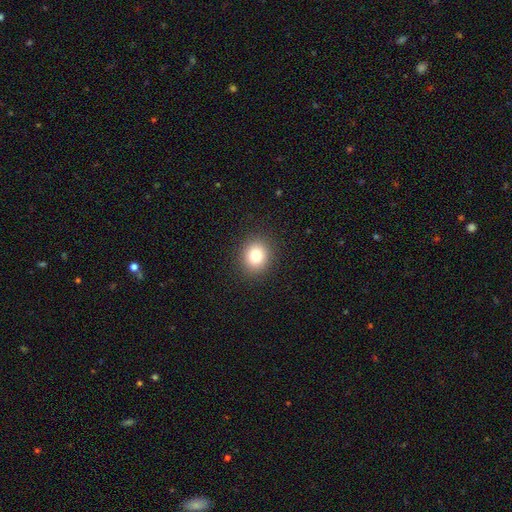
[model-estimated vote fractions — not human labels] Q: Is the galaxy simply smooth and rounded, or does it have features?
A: smooth — 81%.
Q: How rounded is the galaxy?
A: round — 80%.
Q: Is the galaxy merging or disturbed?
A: none — 91%.